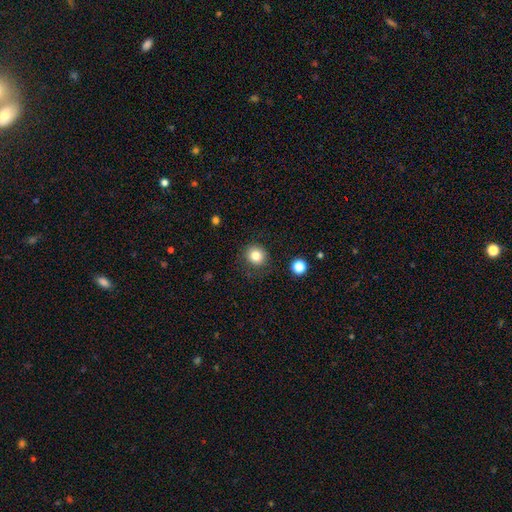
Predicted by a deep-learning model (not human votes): This appears to be a smooth galaxy with no disk features (82%) that is round (87%). Merging: none (86%).